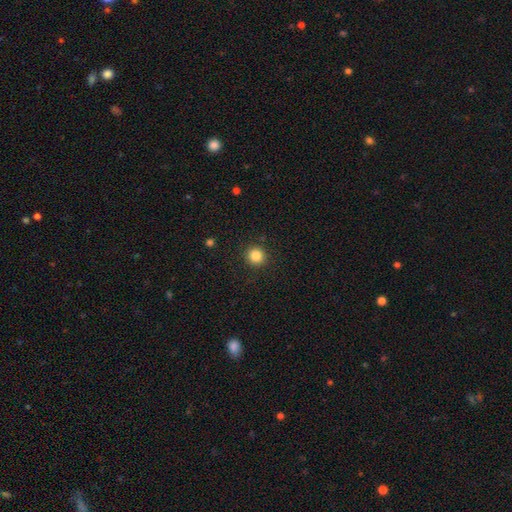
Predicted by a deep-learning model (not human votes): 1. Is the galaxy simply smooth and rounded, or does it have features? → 84% smooth, 11% star or artifact, 5% featured or disk.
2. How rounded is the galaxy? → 94% round, 5% in between, 1% cigar-shaped.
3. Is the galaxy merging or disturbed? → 92% none, 5% minor disturbance, 2% major disturbance, 1% merger.